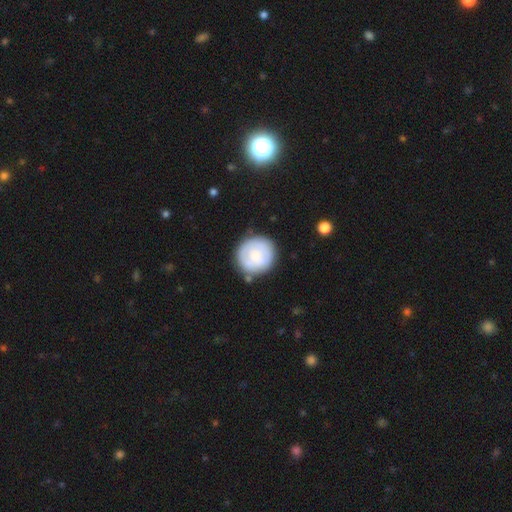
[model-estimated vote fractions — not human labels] smooth_or_featured: smooth (p=0.56) [alt: featured or disk p=0.39]
how_rounded: round (p=0.92) [alt: in between p=0.07]
merging: none (p=0.76) [alt: minor disturbance p=0.15]